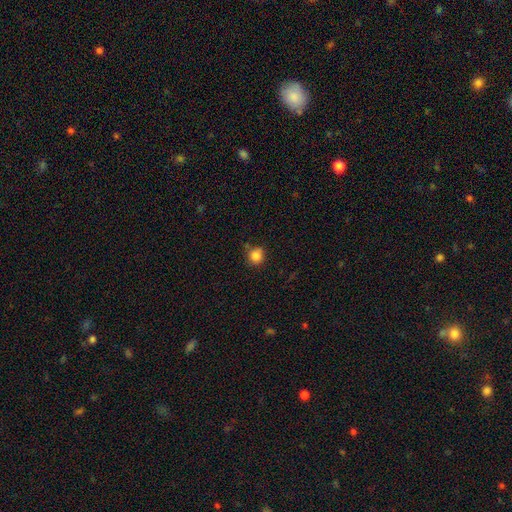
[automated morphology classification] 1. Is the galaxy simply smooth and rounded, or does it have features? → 85% smooth, 11% star or artifact, 4% featured or disk.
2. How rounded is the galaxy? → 86% round, 13% in between, 1% cigar-shaped.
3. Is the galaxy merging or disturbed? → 72% none, 19% minor disturbance, 5% merger, 4% major disturbance.